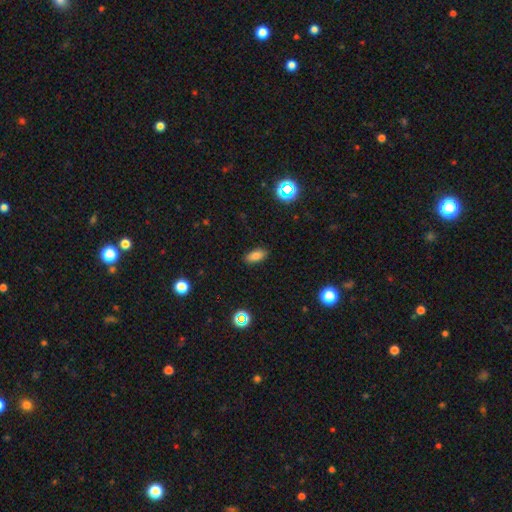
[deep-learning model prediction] Morphology: type=smooth (78%); roundness=in between (88%); merging=none (88%).